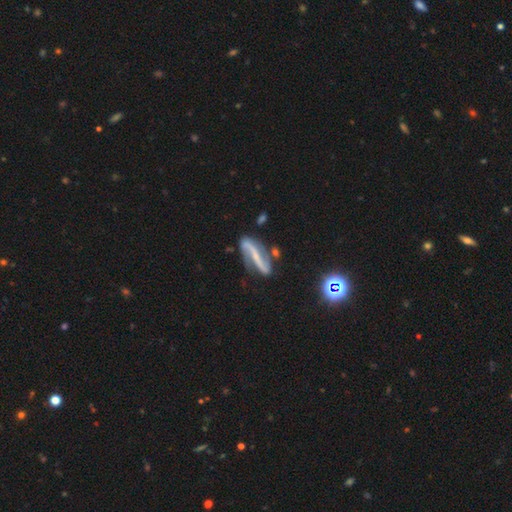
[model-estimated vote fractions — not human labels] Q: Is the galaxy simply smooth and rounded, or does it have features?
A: featured or disk — 80%.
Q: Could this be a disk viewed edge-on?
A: no — 83%.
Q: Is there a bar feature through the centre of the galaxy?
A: strong — 63%.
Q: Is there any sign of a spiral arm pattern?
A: yes — 90%.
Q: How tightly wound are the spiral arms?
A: loose — 67%.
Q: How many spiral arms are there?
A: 2 — 90%.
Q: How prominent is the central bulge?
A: small — 56%.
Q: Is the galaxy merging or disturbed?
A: none — 65%.